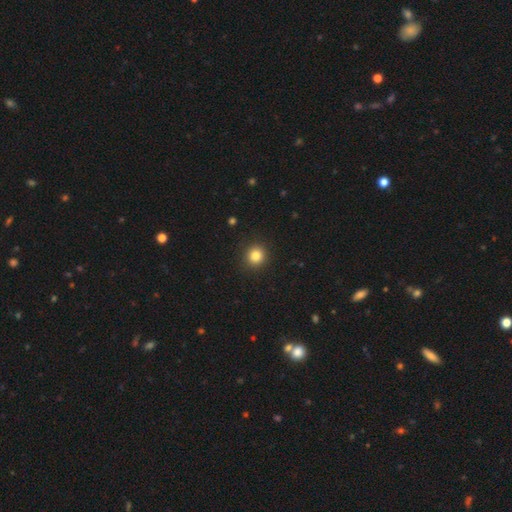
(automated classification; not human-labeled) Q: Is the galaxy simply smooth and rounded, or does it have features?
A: smooth — 84%.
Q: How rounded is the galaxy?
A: round — 91%.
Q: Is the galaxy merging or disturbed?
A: none — 92%.